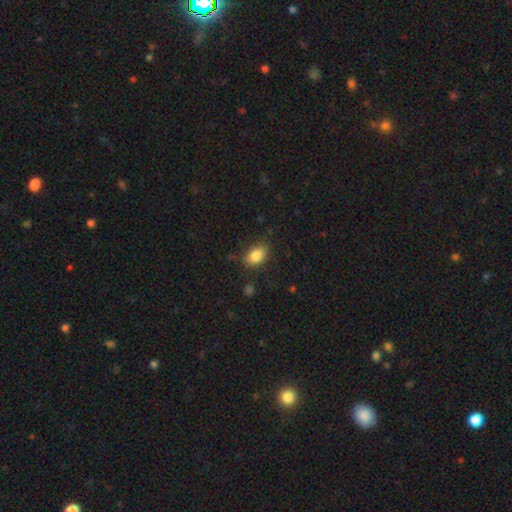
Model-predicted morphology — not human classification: Smooth or featured? smooth (86%)
How rounded? in between (84%)
Merging? none (79%)